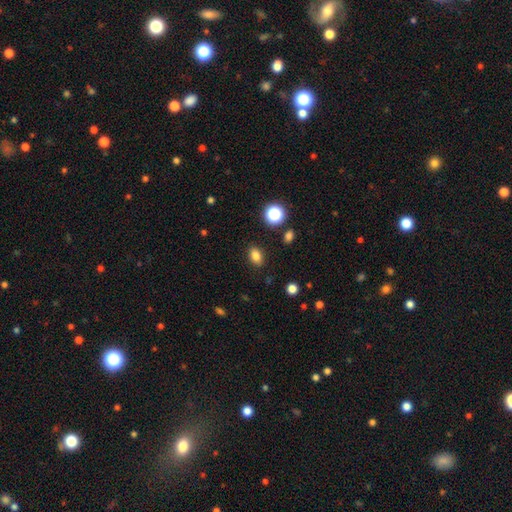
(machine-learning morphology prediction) smooth 81%, star or artifact 12%, featured or disk 6%. Down the decision tree: how rounded — in between (78%); merging — none (87%).